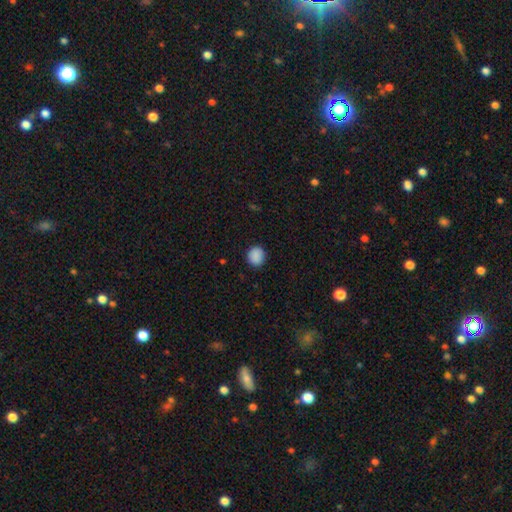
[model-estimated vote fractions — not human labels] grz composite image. It shows a smooth galaxy with no disk features (88%) that is round (85%). Merging: none (89%).